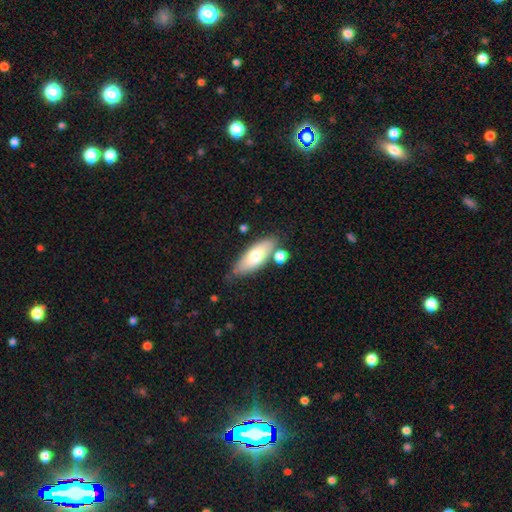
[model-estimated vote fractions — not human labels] Smooth or featured?
  - smooth: 67% *
  - featured or disk: 27%
  - star or artifact: 6%
How rounded?
  - in between: 70% *
  - cigar-shaped: 27%
  - round: 3%
Merging?
  - none: 71% *
  - minor disturbance: 16%
  - merger: 10%
  - major disturbance: 4%